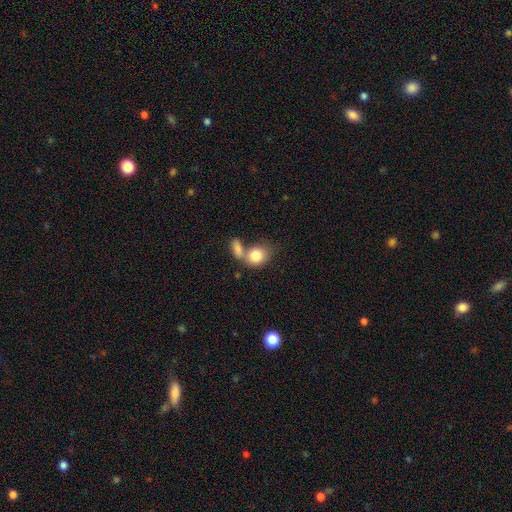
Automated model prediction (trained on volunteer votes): Smooth or featured? Predicted: smooth (p=0.81). How rounded? Predicted: in between (p=0.52). Merging? Predicted: merger (p=0.52).